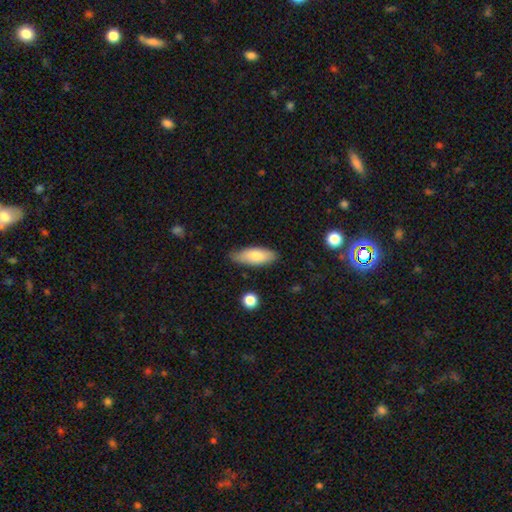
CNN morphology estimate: The model was most divided on "how rounded": in between: 75%, cigar-shaped: 23%, round: 2%. More confident: smooth or featured — smooth (80%); merging — none (78%).